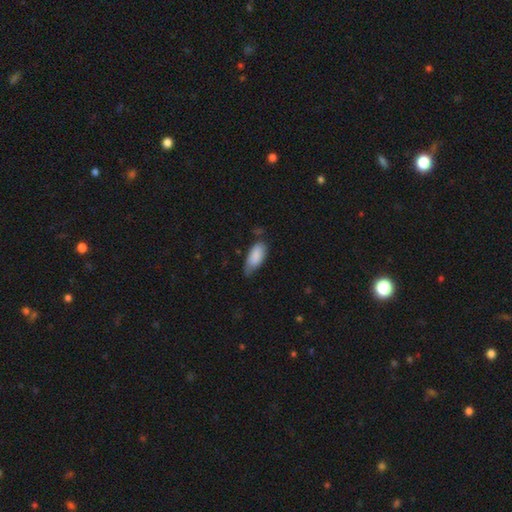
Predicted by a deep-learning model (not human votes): This is clearly a smooth galaxy (85%). How rounded: clearly in between (89%). Merging: marginally none (44%, tied with minor disturbance).